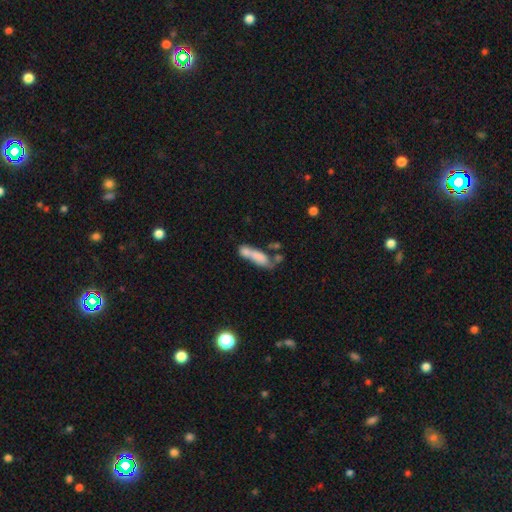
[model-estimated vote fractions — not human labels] Smooth or featured: smooth — 68% (featured or disk — 23%)
How rounded: cigar-shaped — 52% (in between — 44%)
Merging: merger — 46% (none — 27%)